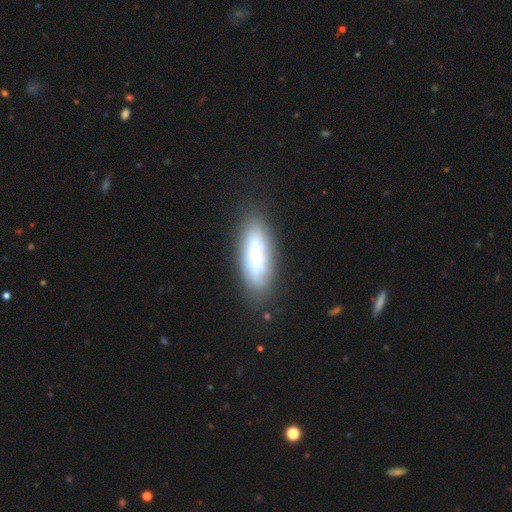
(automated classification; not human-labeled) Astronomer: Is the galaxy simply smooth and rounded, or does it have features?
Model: featured or disk — 56% (runner-up: smooth, 37%).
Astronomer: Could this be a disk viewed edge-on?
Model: no — 78%.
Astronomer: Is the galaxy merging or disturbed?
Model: none — 78%.